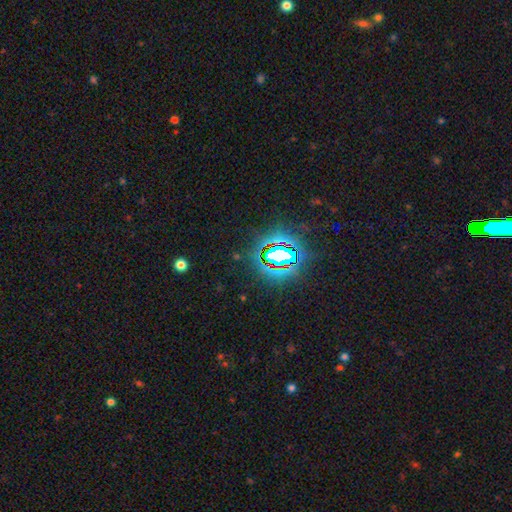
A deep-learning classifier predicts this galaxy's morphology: type=star or artifact (77%).